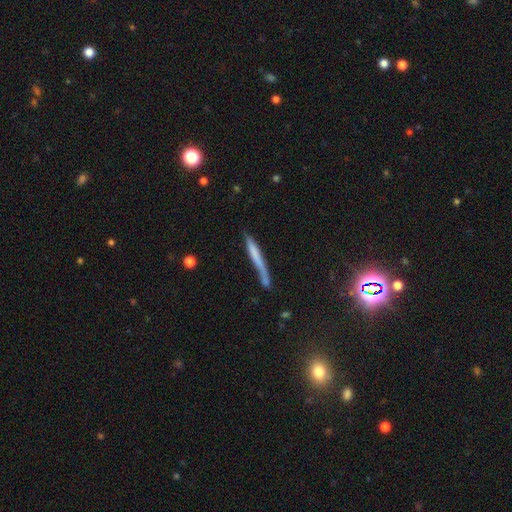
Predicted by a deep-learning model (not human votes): Overall: smooth (56%; featured or disk 35%). How rounded: cigar-shaped (95%). Merging: none (57%; minor disturbance 24%).